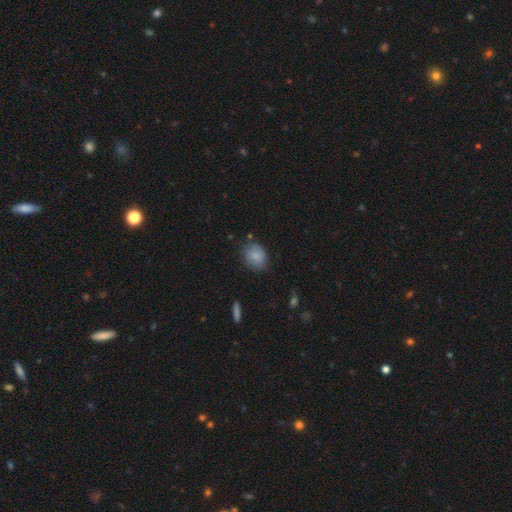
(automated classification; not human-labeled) Smooth or featured?
  - smooth: 83% *
  - featured or disk: 9%
  - star or artifact: 8%
How rounded?
  - round: 51% *
  - in between: 47%
  - cigar-shaped: 1%
Merging?
  - none: 75% *
  - minor disturbance: 19%
  - major disturbance: 4%
  - merger: 2%